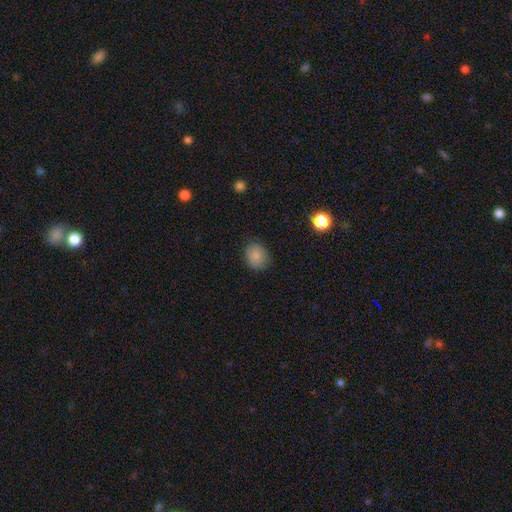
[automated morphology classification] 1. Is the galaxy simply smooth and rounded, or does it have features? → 86% smooth, 9% star or artifact, 5% featured or disk.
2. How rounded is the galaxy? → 62% round, 38% in between, 1% cigar-shaped.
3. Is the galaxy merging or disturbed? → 85% none, 11% minor disturbance, 3% major disturbance, 1% merger.